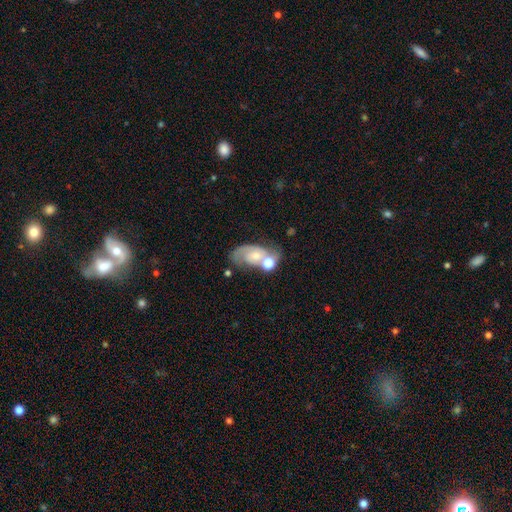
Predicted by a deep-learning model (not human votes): smooth-or-featured: featured or disk: 63% | smooth: 28% | star or artifact: 9%
  disk-edge-on: no: 96% | yes: 4%
    bar: no: 69% | weak: 26% | strong: 5%
    has-spiral-arms: yes: 84% | no: 16%
      spiral-winding: medium: 45% | tight: 28% | loose: 28%
      spiral-arm-count: 2: 63% | 1: 23% | can't tell: 11% | 3: 2% | 4: 1% | more than 4: 1%
    bulge-size: small: 45% | moderate: 37% | none: 10% | large: 7% | dominant: 2%
  merging: none: 36% | merger: 30% | minor disturbance: 18% | major disturbance: 16%